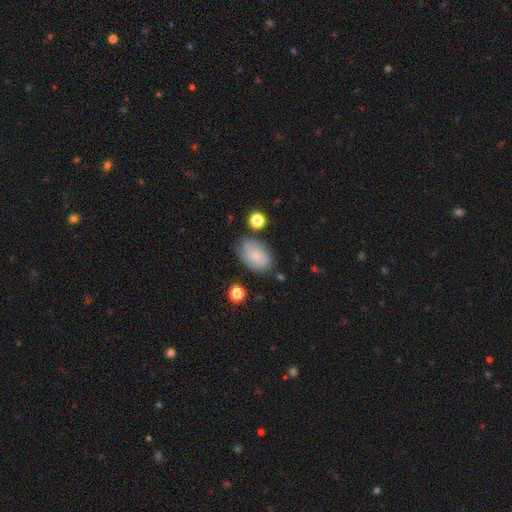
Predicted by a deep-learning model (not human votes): Smooth or featured? smooth (66%)
How rounded? in between (90%)
Merging? none (66%)